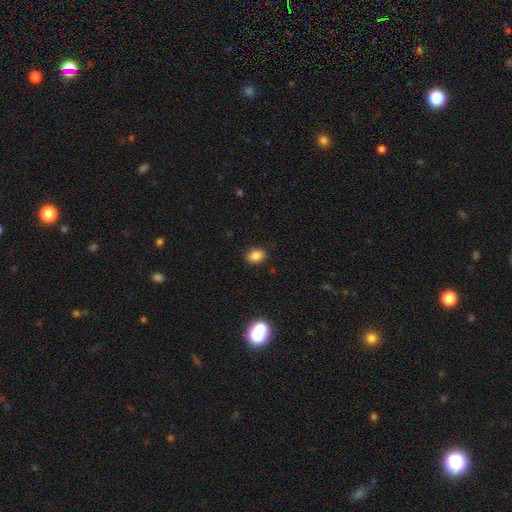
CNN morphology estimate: Smooth or featured: smooth — 84% (star or artifact — 11%)
How rounded: in between — 62% (round — 37%)
Merging: none — 88% (minor disturbance — 8%)